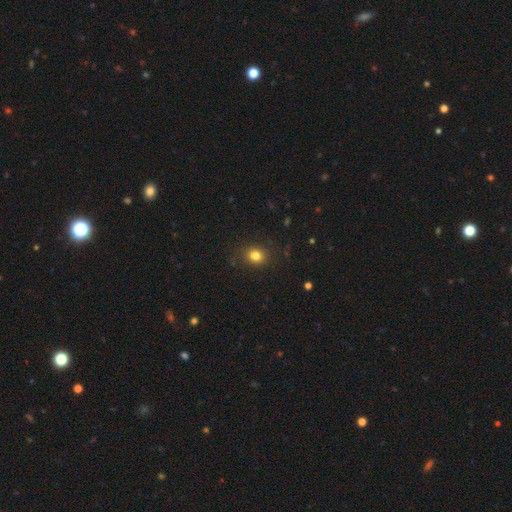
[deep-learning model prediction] This appears to be a smooth galaxy with no disk features (81%) that is round (64%). Merging: none (85%).